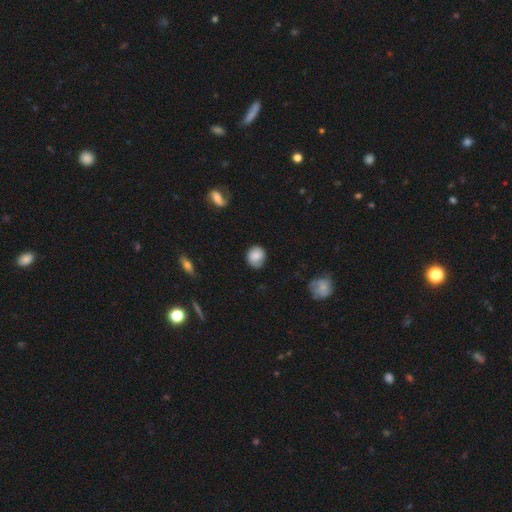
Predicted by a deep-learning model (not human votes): smooth-or-featured: smooth: 81% | featured or disk: 12% | star or artifact: 8%
  how-rounded: round: 75% | in between: 24% | cigar-shaped: 1%
  merging: none: 69% | minor disturbance: 24% | major disturbance: 6% | merger: 2%